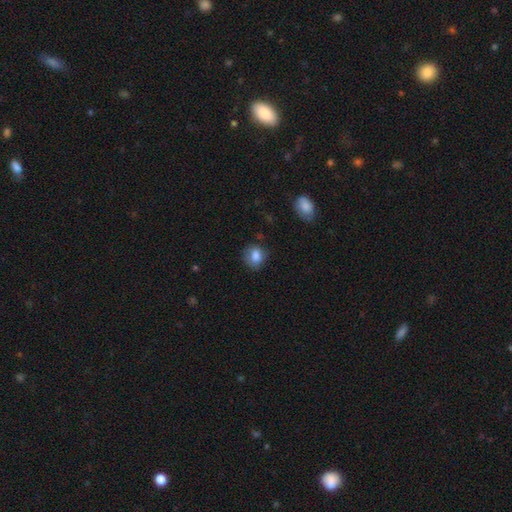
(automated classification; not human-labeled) The model was most divided on "how rounded": round: 62%, in between: 36%, cigar-shaped: 1%. More confident: smooth or featured — smooth (81%); merging — none (68%).